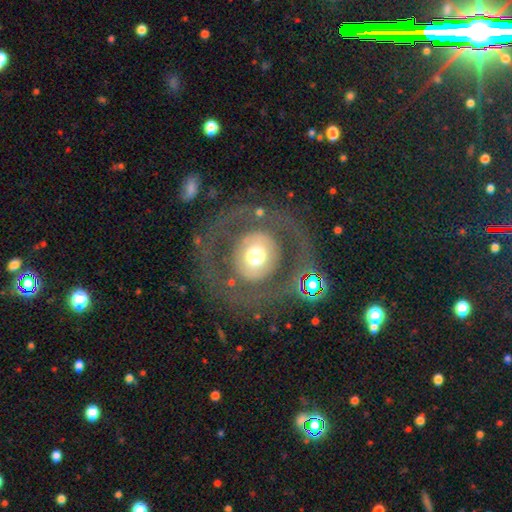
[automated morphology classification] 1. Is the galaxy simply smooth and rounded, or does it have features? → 50% featured or disk, 40% smooth, 10% star or artifact.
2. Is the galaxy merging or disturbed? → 73% none, 13% major disturbance, 10% minor disturbance, 4% merger.